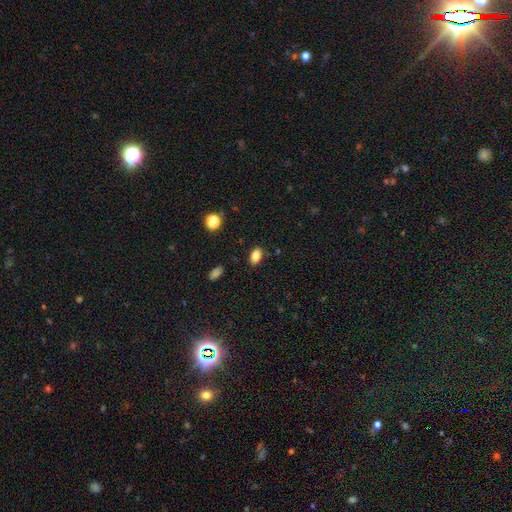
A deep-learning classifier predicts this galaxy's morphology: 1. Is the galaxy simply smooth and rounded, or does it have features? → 84% smooth, 10% star or artifact, 6% featured or disk.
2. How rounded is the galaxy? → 88% in between, 10% round, 2% cigar-shaped.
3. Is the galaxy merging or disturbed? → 85% none, 10% minor disturbance, 3% major disturbance, 2% merger.